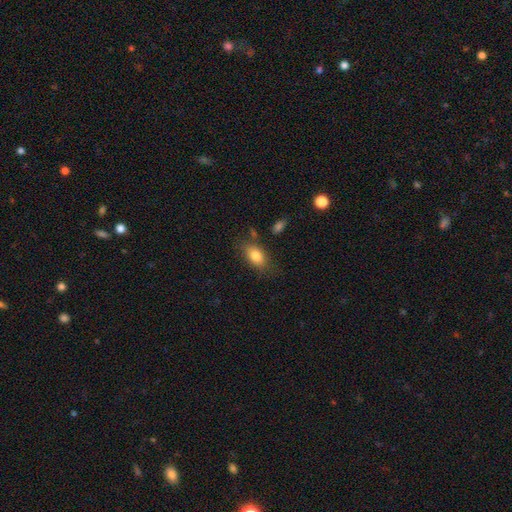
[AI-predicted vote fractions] smooth_or_featured: smooth (p=0.82) [alt: featured or disk p=0.11]
how_rounded: in between (p=0.87) [alt: round p=0.09]
merging: none (p=0.74) [alt: minor disturbance p=0.17]